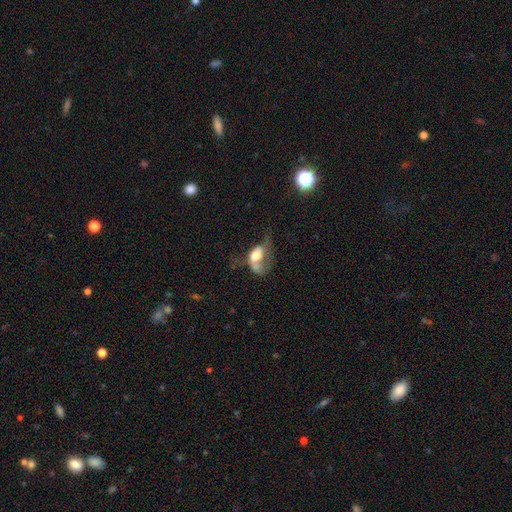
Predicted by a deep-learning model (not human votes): Smooth or featured?
  - smooth: 49% *
  - featured or disk: 41%
  - star or artifact: 10%
Merging?
  - major disturbance: 49% *
  - merger: 24%
  - none: 14%
  - minor disturbance: 13%